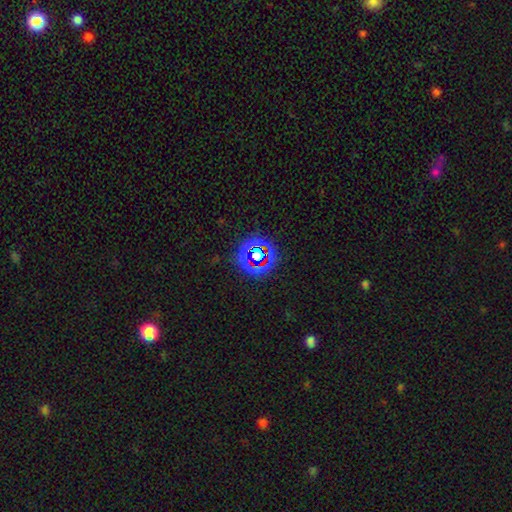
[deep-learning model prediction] A star or artifact, not a galaxy (66%).